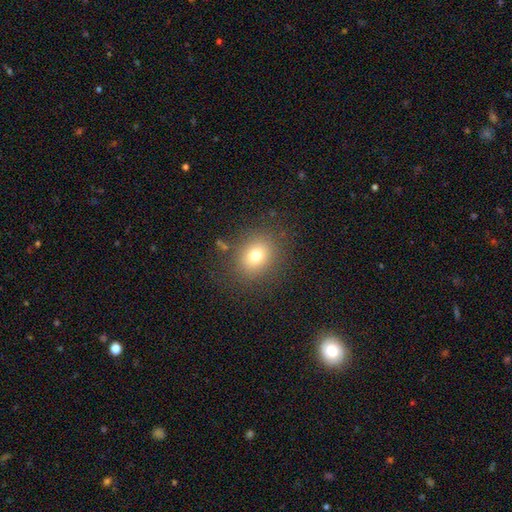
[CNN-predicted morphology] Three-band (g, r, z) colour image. It shows a smooth galaxy with no disk features (75%) that is round (63%). Merging: none (83%).